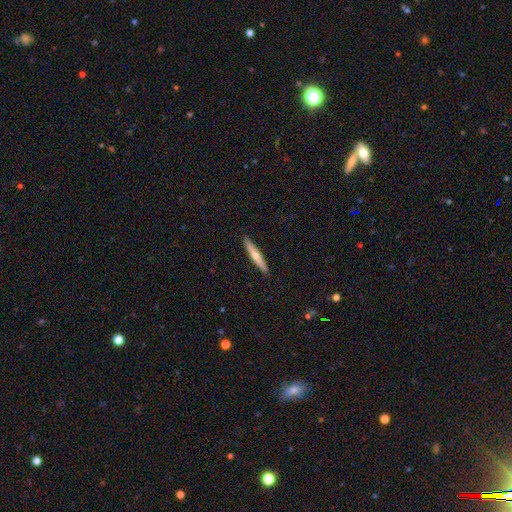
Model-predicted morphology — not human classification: Smooth or featured: smooth — 49% (featured or disk — 46%)
Merging: none — 92% (minor disturbance — 6%)